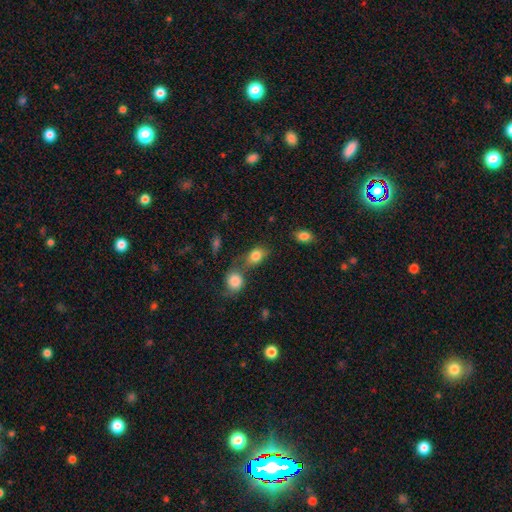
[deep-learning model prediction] Smooth or featured: smooth — 82% (featured or disk — 9%)
How rounded: in between — 73% (round — 24%)
Merging: none — 40% (merger — 37%)